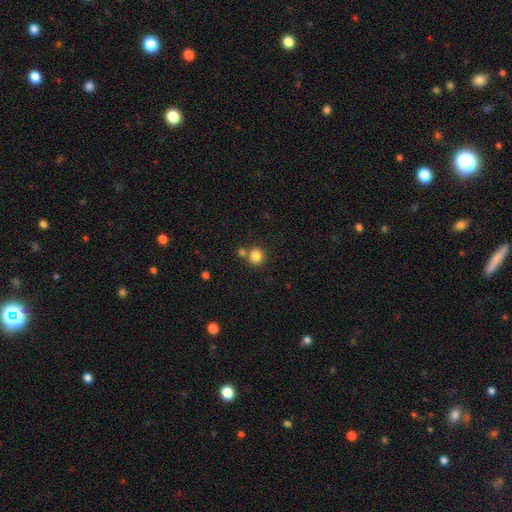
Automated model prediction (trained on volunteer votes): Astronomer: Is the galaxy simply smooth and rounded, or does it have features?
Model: smooth — 84%.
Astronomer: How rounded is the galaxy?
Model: round — 88%.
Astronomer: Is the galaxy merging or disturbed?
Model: none — 66%.